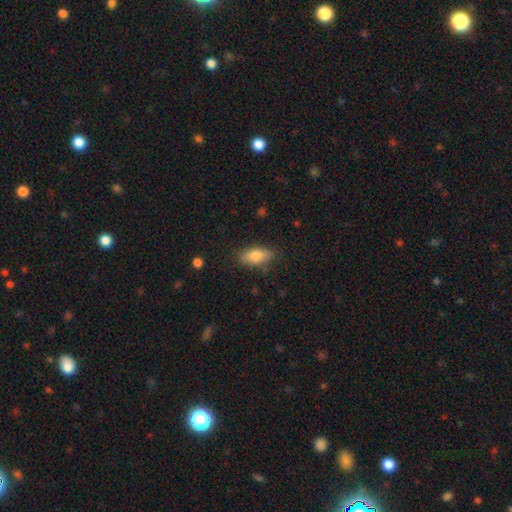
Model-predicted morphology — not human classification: Smooth or featured? smooth (78%)
How rounded? in between (84%)
Merging? none (80%)